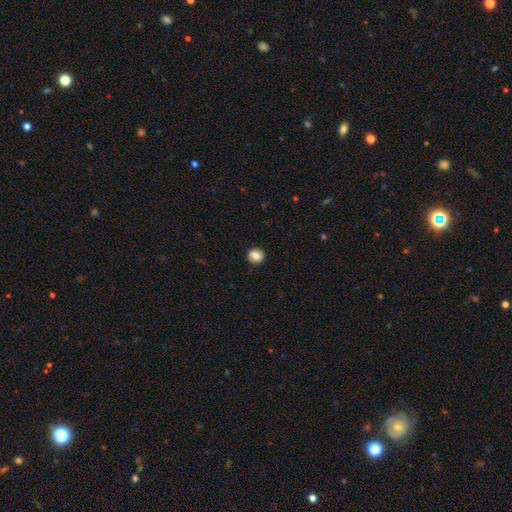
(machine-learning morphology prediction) Smooth or featured? Predicted: smooth (p=0.74). How rounded? Predicted: round (p=0.77). Merging? Predicted: none (p=0.87).